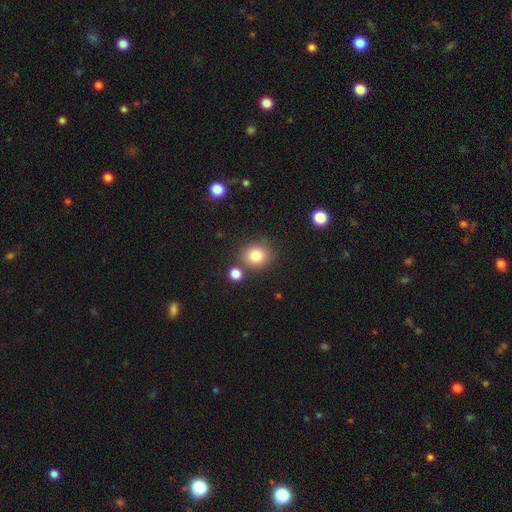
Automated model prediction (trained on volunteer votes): Smooth or featured? Predicted: smooth (p=0.82). How rounded? Predicted: round (p=0.83). Merging? Predicted: none (p=0.77).